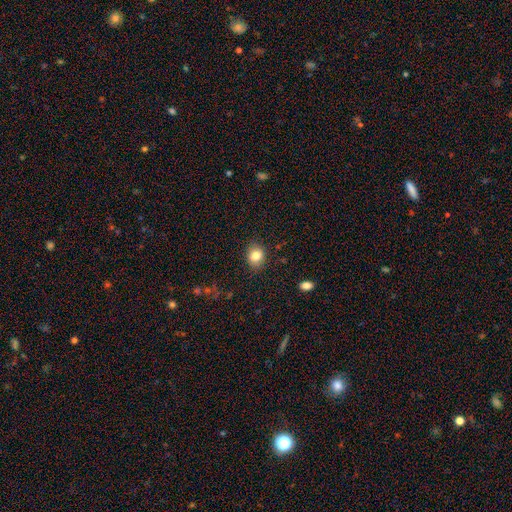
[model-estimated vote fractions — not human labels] Morphology: type=smooth (82%); roundness=round (61%); merging=none (87%).